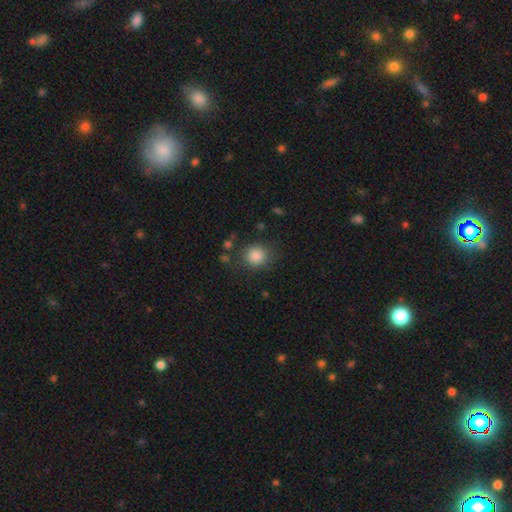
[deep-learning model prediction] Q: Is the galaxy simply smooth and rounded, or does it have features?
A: smooth — 86%.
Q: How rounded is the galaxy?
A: round — 78%.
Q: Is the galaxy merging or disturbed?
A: none — 78%.